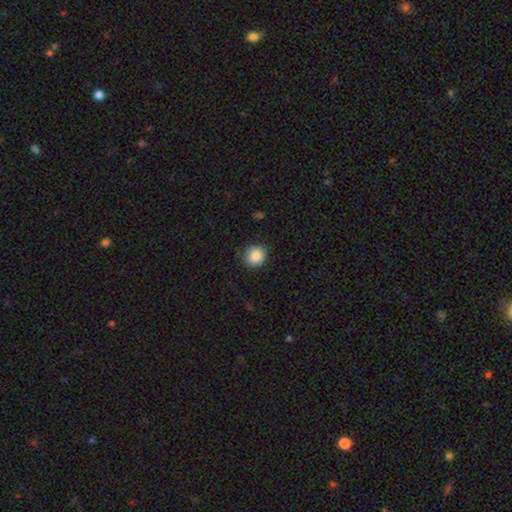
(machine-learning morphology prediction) smooth_or_featured: smooth (p=0.86) [alt: star or artifact p=0.09]
how_rounded: round (p=0.83) [alt: in between p=0.16]
merging: none (p=0.85) [alt: minor disturbance p=0.12]